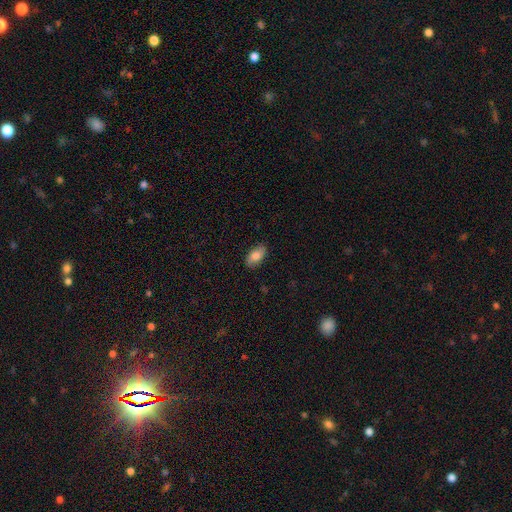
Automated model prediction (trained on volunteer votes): A smooth galaxy with no disk features (82%) that is in between round and cigar-shaped (93%). Merging: none (86%).